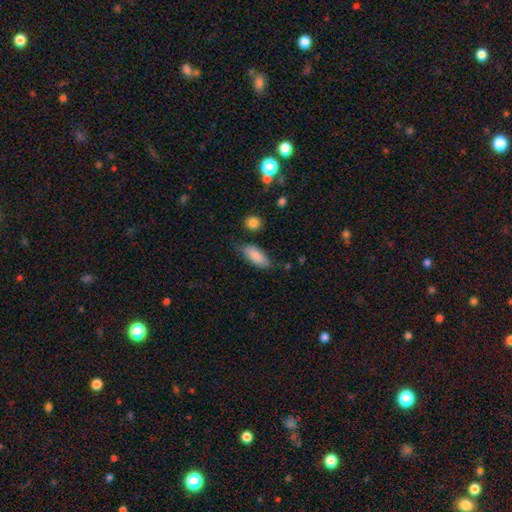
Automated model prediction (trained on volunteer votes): This is clearly a smooth galaxy (85%). How rounded: clearly in between (82%). Merging: likely none (67%).